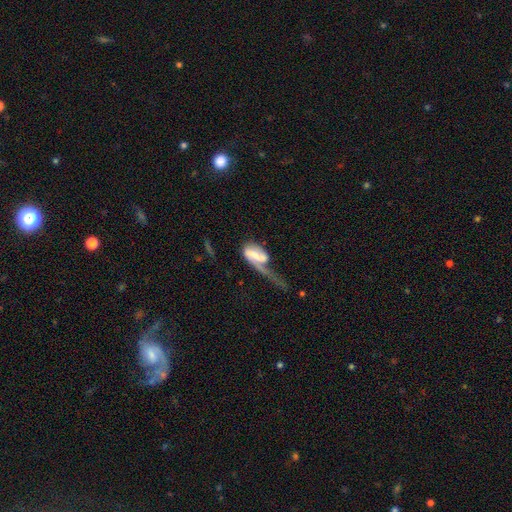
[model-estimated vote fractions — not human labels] Q: Smooth or featured?
A: featured or disk (53%); runner-up: smooth (40%)
Q: Edge-on disk?
A: no (92%); runner-up: yes (8%)
Q: Merging?
A: major disturbance (66%); runner-up: minor disturbance (13%)